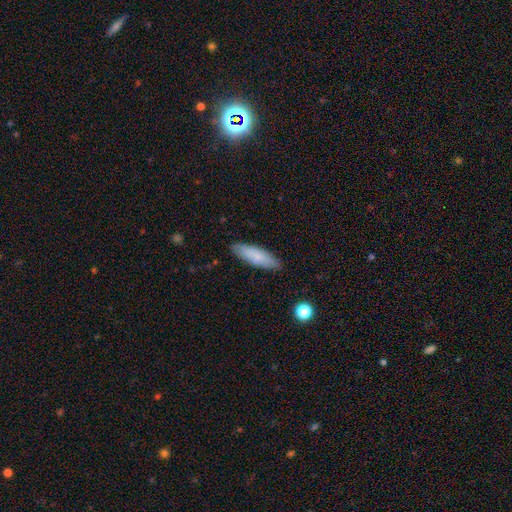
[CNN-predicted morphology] smooth_or_featured: smooth (p=0.79) [alt: featured or disk p=0.15]
how_rounded: cigar-shaped (p=0.56) [alt: in between p=0.42]
merging: none (p=0.86) [alt: minor disturbance p=0.11]